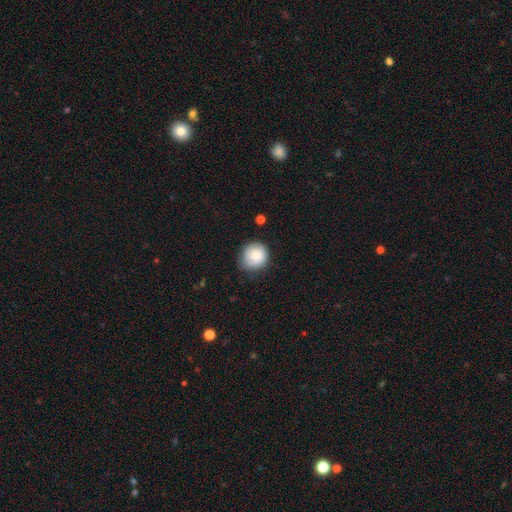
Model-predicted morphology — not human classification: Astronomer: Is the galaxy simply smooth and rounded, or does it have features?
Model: smooth — 78%.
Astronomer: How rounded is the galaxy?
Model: round — 87%.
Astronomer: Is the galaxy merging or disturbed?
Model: none — 73%.